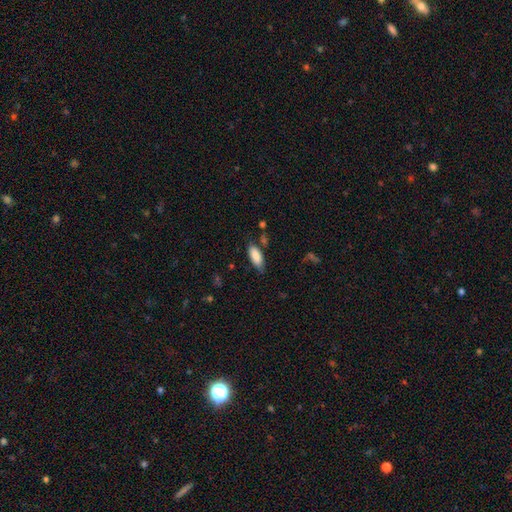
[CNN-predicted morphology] A smooth galaxy with no disk features (86%) that is in between round and cigar-shaped (82%). Merging: none (70%).